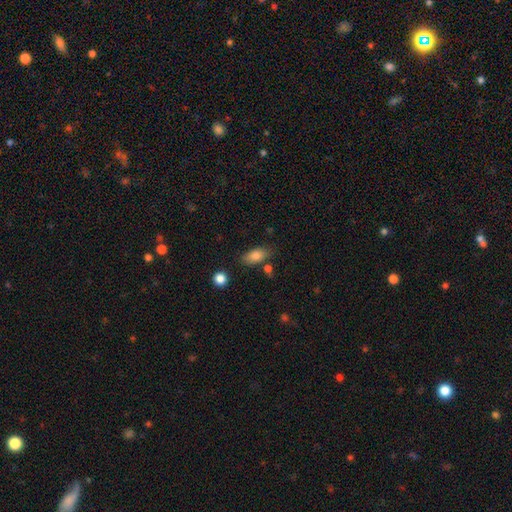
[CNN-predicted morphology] A smooth galaxy with no disk features (83%) that is in between round and cigar-shaped (87%).

Vote fractions:
- Smooth or featured? smooth: 83% / featured or disk: 9% / star or artifact: 8%
- How rounded? in between: 87% / cigar-shaped: 8% / round: 5%
- Merging? none: 74% / minor disturbance: 15% / merger: 7% / major disturbance: 4%